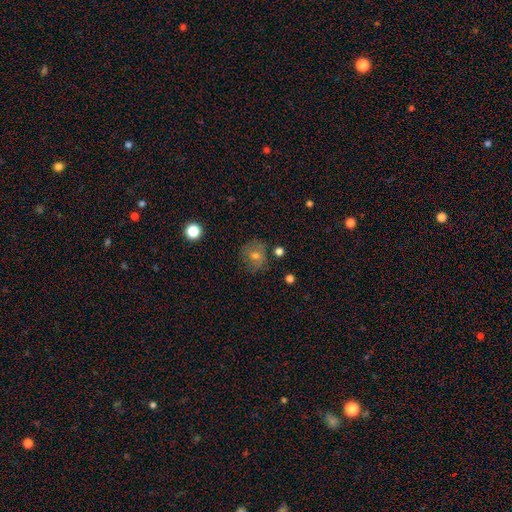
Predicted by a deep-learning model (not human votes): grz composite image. It shows a smooth galaxy with no disk features (58%) that is round (85%). Merging: none (78%).